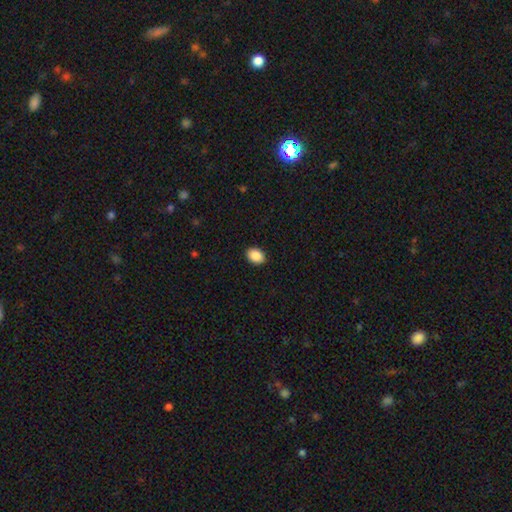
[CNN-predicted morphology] A smooth galaxy with no disk features (89%) that is in between round and cigar-shaped (75%).

Vote fractions:
- Smooth or featured? smooth: 89% / star or artifact: 7% / featured or disk: 4%
- How rounded? in between: 75% / round: 24% / cigar-shaped: 1%
- Merging? none: 90% / minor disturbance: 7% / major disturbance: 2% / merger: 1%